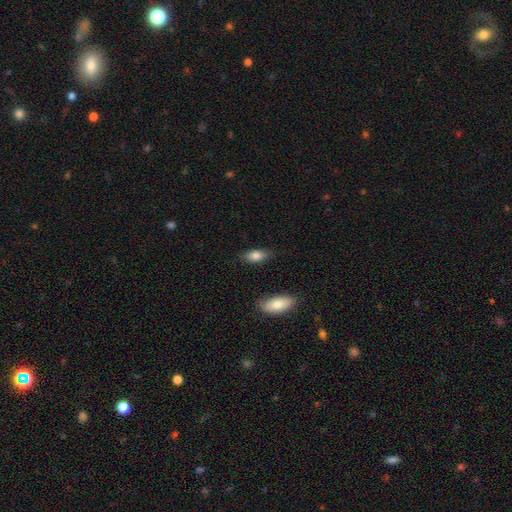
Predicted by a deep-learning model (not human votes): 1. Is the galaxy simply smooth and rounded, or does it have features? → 82% smooth, 11% featured or disk, 7% star or artifact.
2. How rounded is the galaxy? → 86% in between, 11% cigar-shaped, 4% round.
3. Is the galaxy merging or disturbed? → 81% none, 13% minor disturbance, 3% major disturbance, 3% merger.